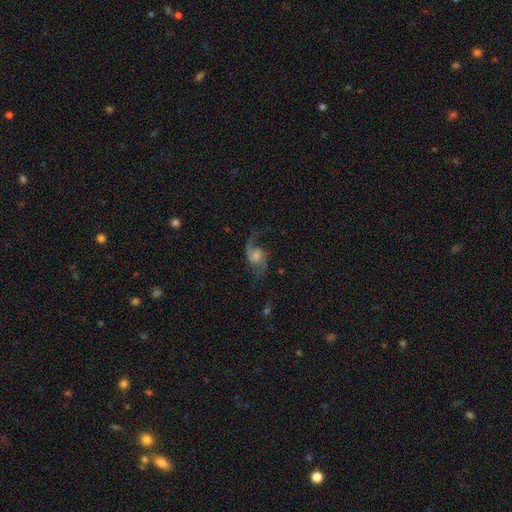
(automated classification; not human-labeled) Smooth or featured? Predicted: featured or disk (p=0.79). Edge-on disk? Predicted: no (p=0.97). Bar? Predicted: no (p=0.55). Spiral arms? Predicted: yes (p=0.95). Spiral winding? Predicted: loose (p=0.70). Spiral arm count? Predicted: 2 (p=0.87). Bulge size? Predicted: small (p=0.29). Merging? Predicted: none (p=0.61).